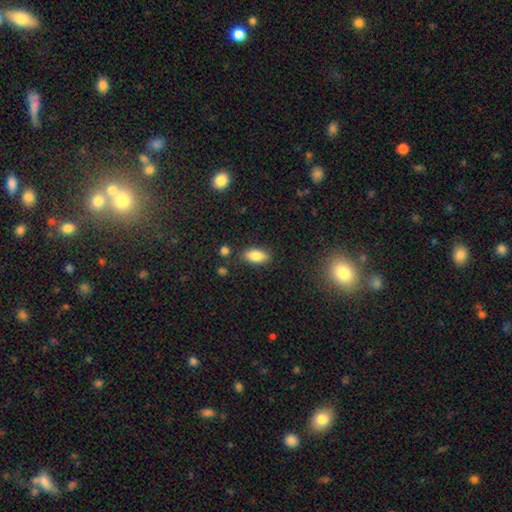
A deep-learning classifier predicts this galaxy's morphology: Q: Smooth or featured?
A: smooth (83%); runner-up: featured or disk (8%)
Q: How rounded?
A: in between (87%); runner-up: cigar-shaped (9%)
Q: Merging?
A: none (83%); runner-up: minor disturbance (11%)